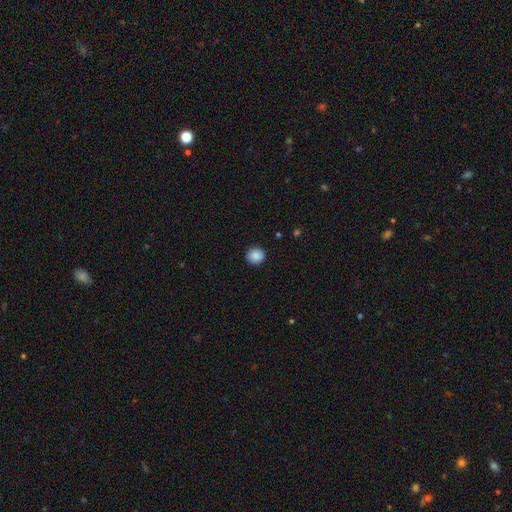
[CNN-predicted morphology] This is clearly a smooth galaxy (88%). How rounded: clearly round (91%). Merging: clearly none (92%).